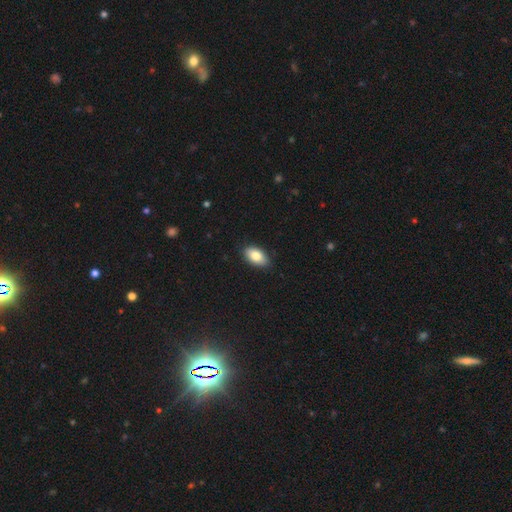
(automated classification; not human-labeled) smooth-or-featured: smooth: 83% | featured or disk: 10% | star or artifact: 7%
  how-rounded: in between: 93% | round: 5% | cigar-shaped: 2%
  merging: none: 87% | minor disturbance: 10% | major disturbance: 2% | merger: 1%